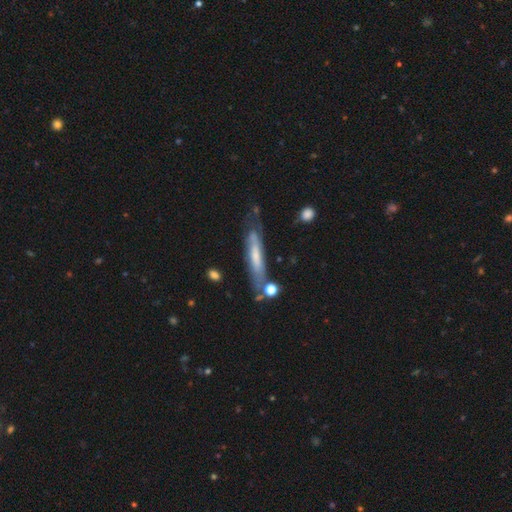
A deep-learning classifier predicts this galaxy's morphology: Overall: featured or disk (54%; smooth 38%). Edge-on disk: yes (63%; no 37%). Merging: none (62%; minor disturbance 23%).